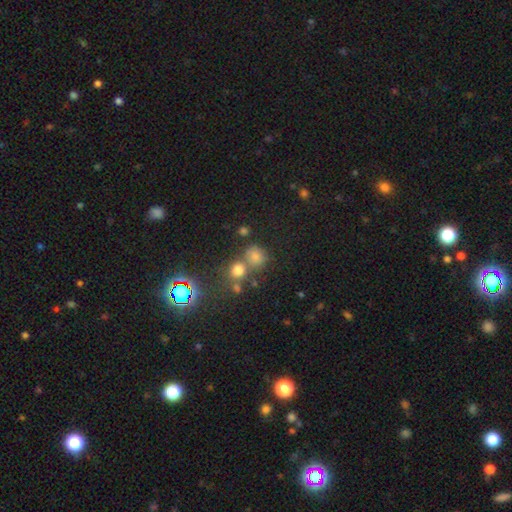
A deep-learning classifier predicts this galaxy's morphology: Smooth or featured? smooth (70%)
How rounded? round (78%)
Merging? none (51%)